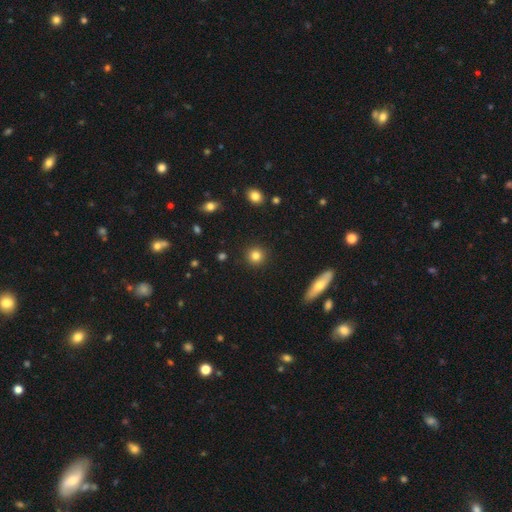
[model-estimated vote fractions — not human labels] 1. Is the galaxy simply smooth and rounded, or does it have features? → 83% smooth, 10% star or artifact, 6% featured or disk.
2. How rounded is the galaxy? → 93% round, 6% in between, 1% cigar-shaped.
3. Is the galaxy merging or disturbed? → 92% none, 5% minor disturbance, 2% major disturbance, 1% merger.